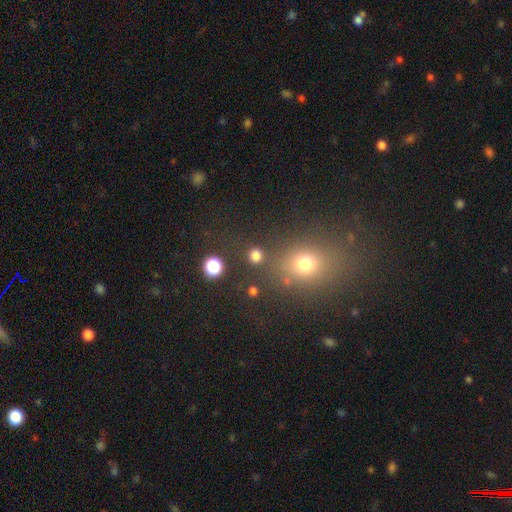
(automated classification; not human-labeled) Q: Smooth or featured?
A: smooth (79%); runner-up: star or artifact (16%)
Q: How rounded?
A: round (87%); runner-up: in between (12%)
Q: Merging?
A: none (84%); runner-up: minor disturbance (7%)